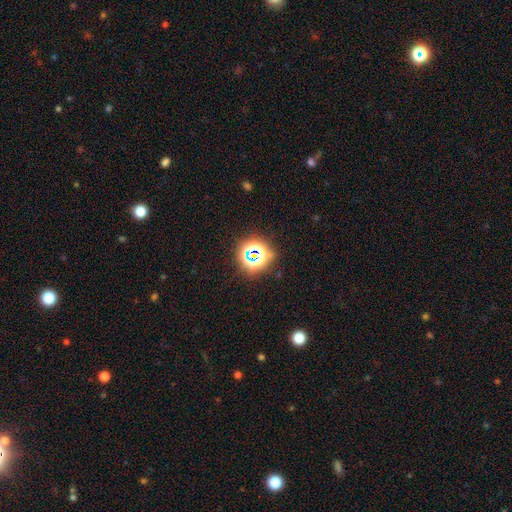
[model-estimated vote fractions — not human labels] The model was most divided on "smooth or featured": star or artifact: 68%, smooth: 22%, featured or disk: 9%.